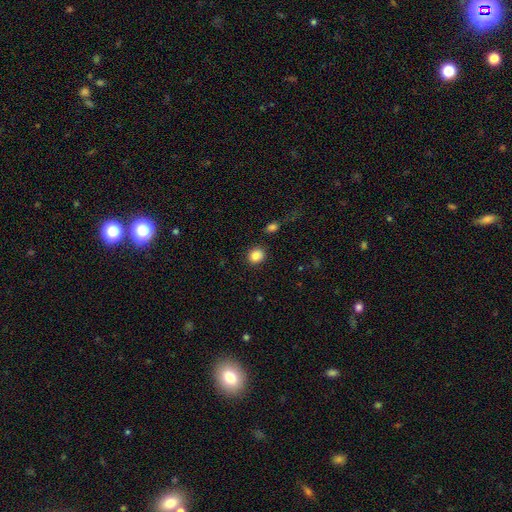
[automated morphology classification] This appears to be a smooth galaxy with no disk features (86%) that is round (75%). Merging: none (86%).